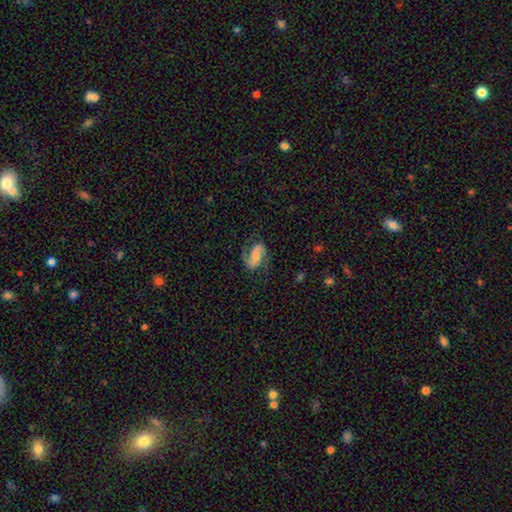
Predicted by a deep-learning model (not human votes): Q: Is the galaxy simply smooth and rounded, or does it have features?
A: featured or disk — 71%.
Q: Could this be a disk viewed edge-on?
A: no — 97%.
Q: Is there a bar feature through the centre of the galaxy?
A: no — 34%.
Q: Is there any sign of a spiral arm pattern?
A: yes — 94%.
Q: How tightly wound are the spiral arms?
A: medium — 46%.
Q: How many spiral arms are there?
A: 2 — 90%.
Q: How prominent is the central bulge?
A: small — 33%.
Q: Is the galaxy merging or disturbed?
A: none — 68%.